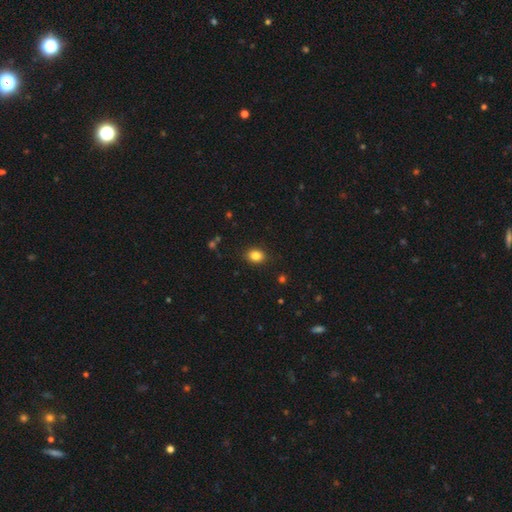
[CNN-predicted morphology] Smooth or featured?
  - smooth: 84% *
  - star or artifact: 10%
  - featured or disk: 5%
How rounded?
  - in between: 55% *
  - round: 44%
  - cigar-shaped: 1%
Merging?
  - none: 88% *
  - minor disturbance: 8%
  - major disturbance: 2%
  - merger: 1%